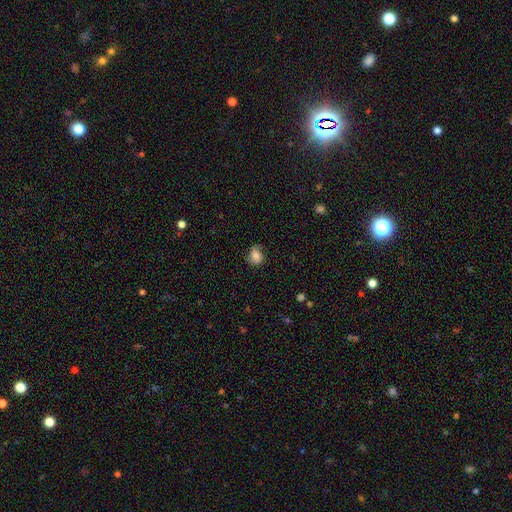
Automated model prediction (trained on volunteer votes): The model was most divided on "how rounded": round: 57%, in between: 41%, cigar-shaped: 1%. More confident: merging — none (68%); smooth or featured — smooth (56%).